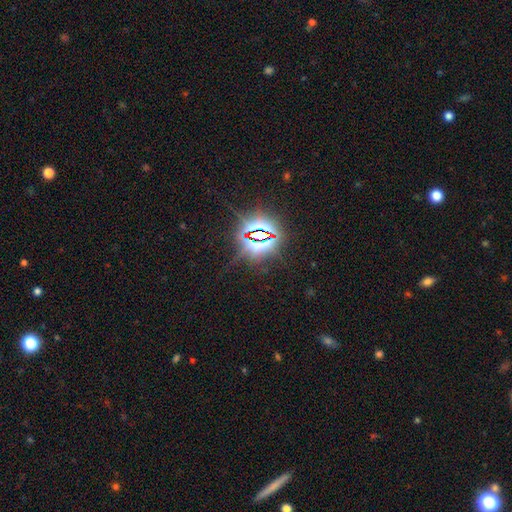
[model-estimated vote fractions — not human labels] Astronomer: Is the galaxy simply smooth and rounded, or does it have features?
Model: star or artifact — 82%.